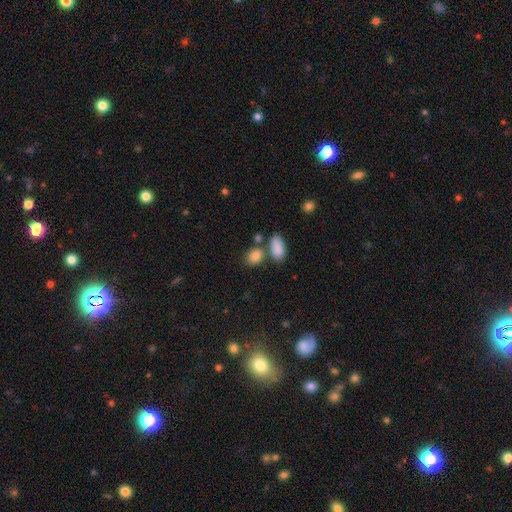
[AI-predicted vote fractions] A smooth galaxy with no disk features (84%) that is in between round and cigar-shaped (66%). Merging: none (59%).